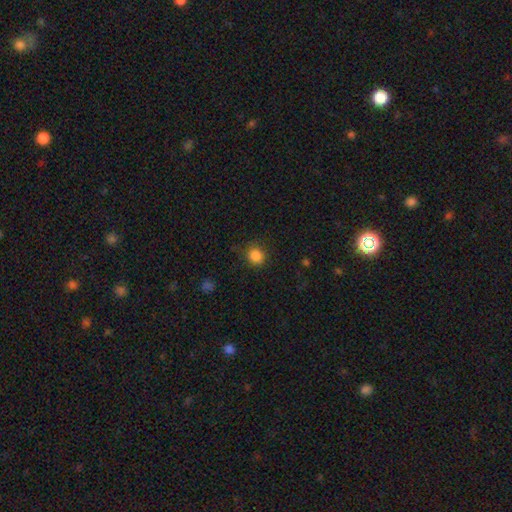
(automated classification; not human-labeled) A smooth galaxy with no disk features (85%) that is round (88%).

Vote fractions:
- Smooth or featured? smooth: 85% / star or artifact: 12% / featured or disk: 4%
- How rounded? round: 88% / in between: 11% / cigar-shaped: 1%
- Merging? none: 83% / minor disturbance: 12% / major disturbance: 4% / merger: 1%